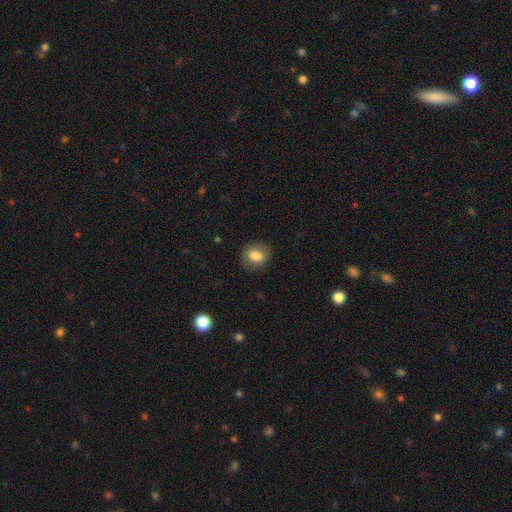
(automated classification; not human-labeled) Smooth or featured?
  - smooth: 82% *
  - featured or disk: 9%
  - star or artifact: 9%
How rounded?
  - round: 68% *
  - in between: 31%
  - cigar-shaped: 1%
Merging?
  - none: 83% *
  - minor disturbance: 12%
  - major disturbance: 4%
  - merger: 1%